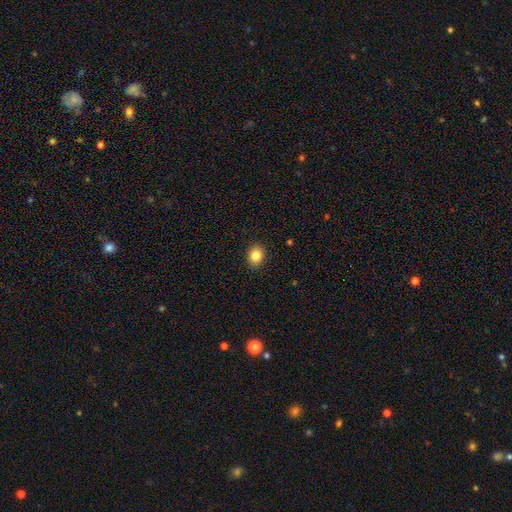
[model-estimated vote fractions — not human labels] Overall: smooth (86%). How rounded: round (52%; in between 47%). Merging: none (89%).